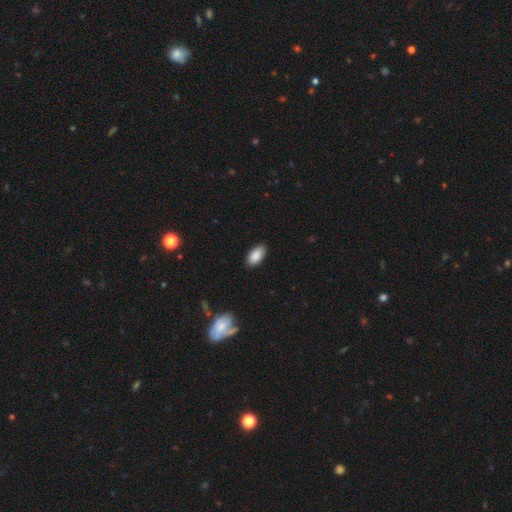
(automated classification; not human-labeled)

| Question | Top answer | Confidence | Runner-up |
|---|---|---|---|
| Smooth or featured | smooth | 89% | star or artifact (7%) |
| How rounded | in between | 94% | cigar-shaped (3%) |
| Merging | none | 87% | minor disturbance (10%) |